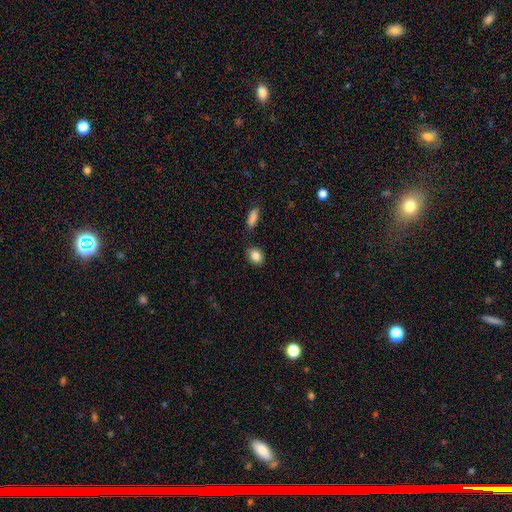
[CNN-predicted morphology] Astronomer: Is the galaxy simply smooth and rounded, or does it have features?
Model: smooth — 86%.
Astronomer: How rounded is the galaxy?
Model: in between — 60% (runner-up: round, 39%).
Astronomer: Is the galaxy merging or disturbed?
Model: none — 81%.